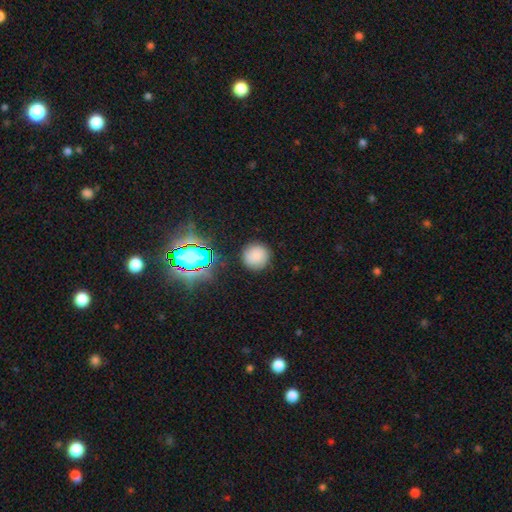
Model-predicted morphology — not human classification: A smooth galaxy with no disk features (80%) that is round (94%).

Vote fractions:
- Smooth or featured? smooth: 80% / star or artifact: 14% / featured or disk: 6%
- How rounded? round: 94% / in between: 5% / cigar-shaped: 1%
- Merging? none: 88% / minor disturbance: 8% / major disturbance: 3% / merger: 2%